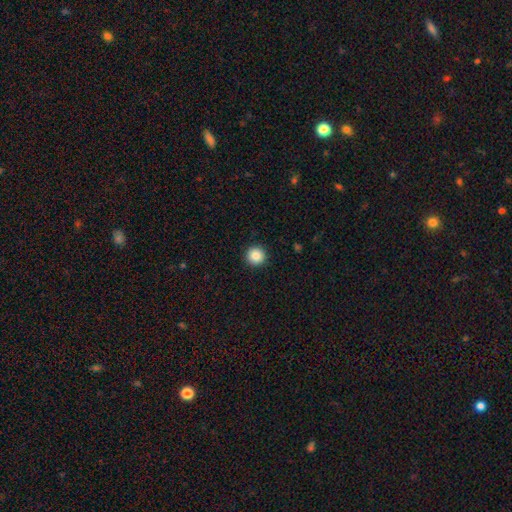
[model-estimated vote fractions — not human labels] Smooth or featured?
  - smooth: 87% *
  - star or artifact: 9%
  - featured or disk: 4%
How rounded?
  - round: 96% *
  - in between: 3%
  - cigar-shaped: 1%
Merging?
  - none: 93% *
  - minor disturbance: 5%
  - major disturbance: 2%
  - merger: 1%